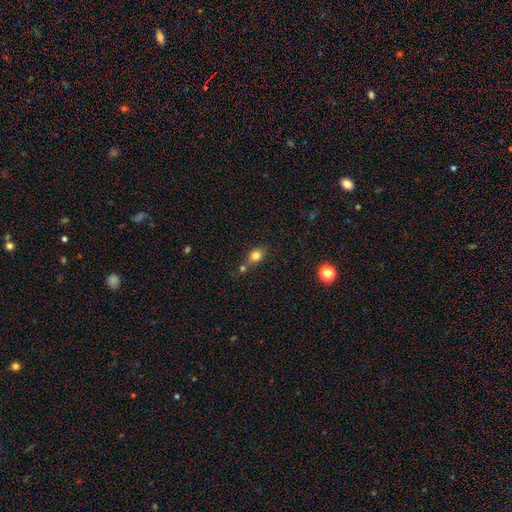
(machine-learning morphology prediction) smooth 81%, star or artifact 11%, featured or disk 7%. Down the decision tree: how rounded — in between (56%); merging — none (63%).